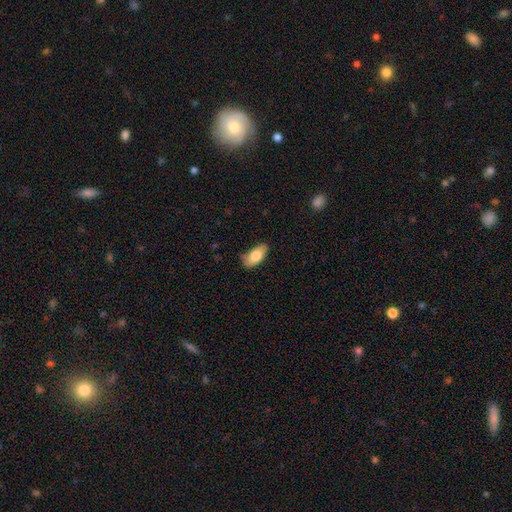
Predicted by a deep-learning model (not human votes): A smooth galaxy with no disk features (77%) that is in between round and cigar-shaped (90%).

Vote fractions:
- Smooth or featured? smooth: 77% / featured or disk: 16% / star or artifact: 6%
- How rounded? in between: 90% / cigar-shaped: 7% / round: 3%
- Merging? none: 70% / minor disturbance: 24% / major disturbance: 4% / merger: 2%